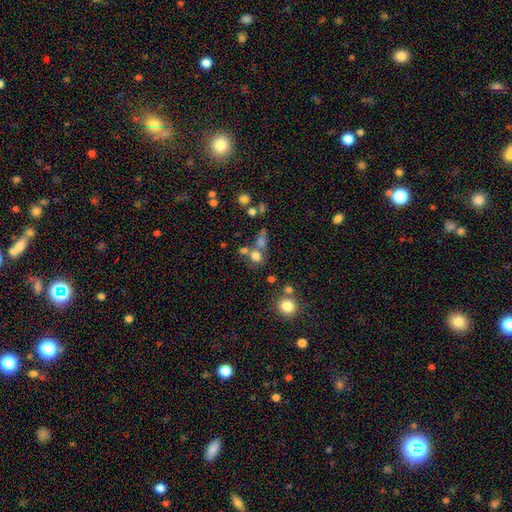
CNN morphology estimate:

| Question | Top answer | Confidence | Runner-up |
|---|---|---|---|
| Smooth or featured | smooth | 70% | star or artifact (17%) |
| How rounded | round | 70% | in between (28%) |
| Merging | none | 44% | merger (39%) |